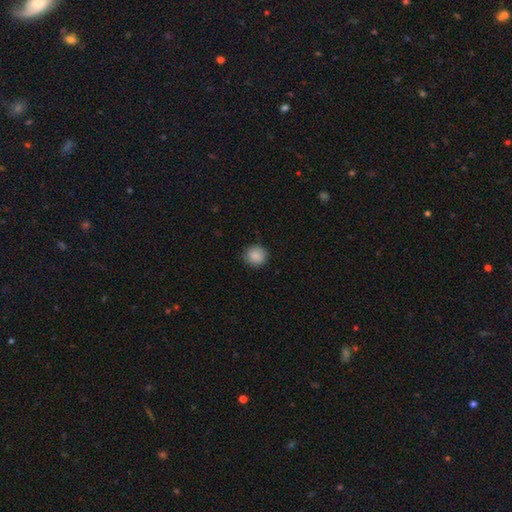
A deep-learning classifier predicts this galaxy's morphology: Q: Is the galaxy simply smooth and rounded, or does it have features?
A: smooth — 88%.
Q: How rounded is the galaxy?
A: round — 92%.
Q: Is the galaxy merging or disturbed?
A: none — 89%.